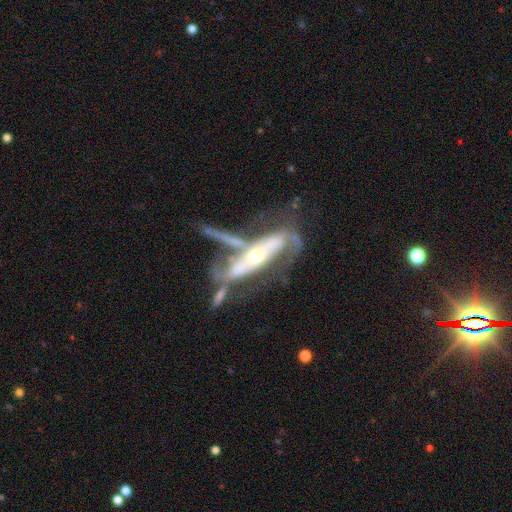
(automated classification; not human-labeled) Q: Smooth or featured?
A: featured or disk (80%); runner-up: smooth (14%)
Q: Edge-on disk?
A: no (73%); runner-up: yes (27%)
Q: Bar?
A: no (45%); runner-up: strong (35%)
Q: Spiral arms?
A: yes (74%); runner-up: no (26%)
Q: Bulge size?
A: moderate (52%); runner-up: small (40%)
Q: Merging?
A: merger (32%); runner-up: none (29%)